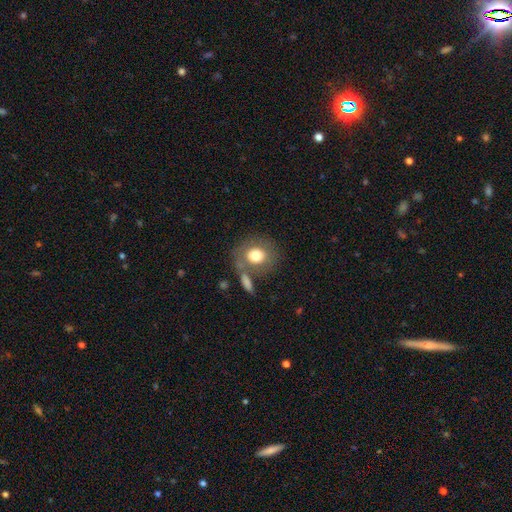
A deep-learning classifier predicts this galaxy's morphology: Q: Smooth or featured?
A: smooth (72%); runner-up: featured or disk (20%)
Q: How rounded?
A: round (69%); runner-up: in between (29%)
Q: Merging?
A: none (62%); runner-up: merger (16%)